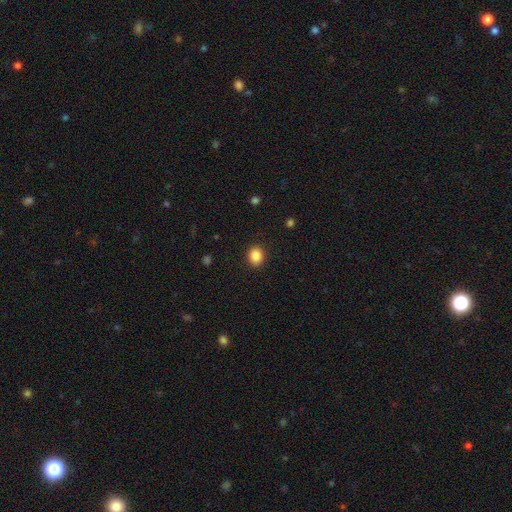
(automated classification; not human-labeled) A smooth galaxy with no disk features (87%) that is round (58%). Merging: none (90%).